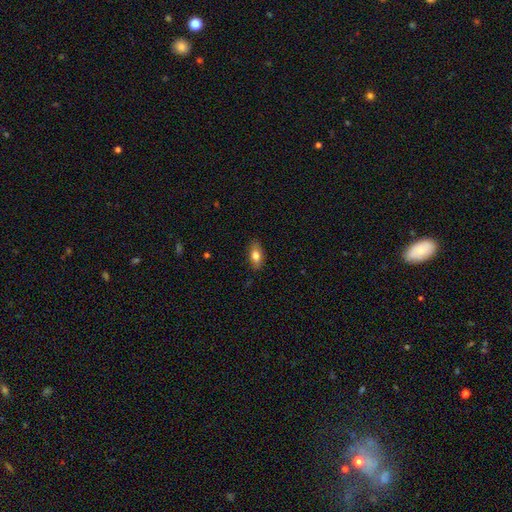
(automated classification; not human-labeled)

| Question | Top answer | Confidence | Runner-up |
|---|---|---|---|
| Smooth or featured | smooth | 77% | featured or disk (15%) |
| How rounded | in between | 87% | cigar-shaped (8%) |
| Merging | none | 83% | minor disturbance (13%) |